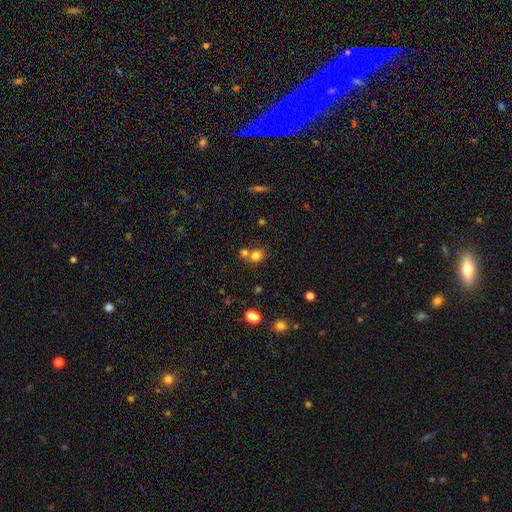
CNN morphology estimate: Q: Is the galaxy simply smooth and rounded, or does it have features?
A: smooth — 77%.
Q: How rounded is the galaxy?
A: round — 72%.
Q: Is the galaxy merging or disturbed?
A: none — 52%.